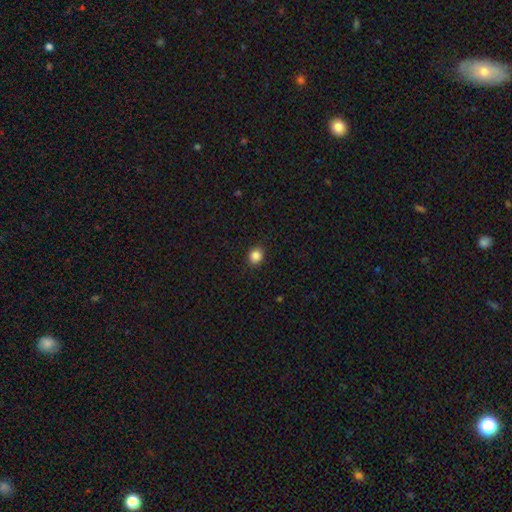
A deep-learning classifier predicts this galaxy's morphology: Overall: smooth (86%). How rounded: round (73%). Merging: none (90%).